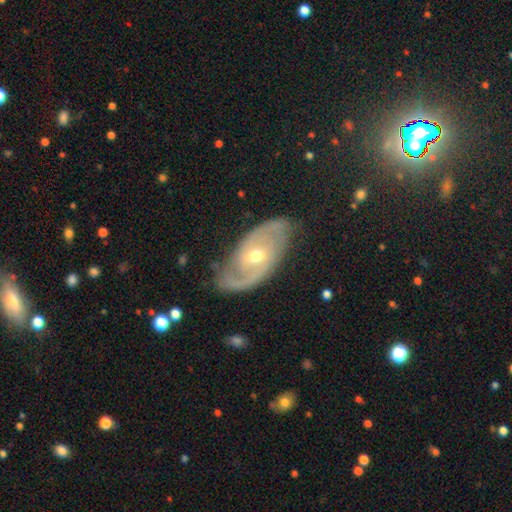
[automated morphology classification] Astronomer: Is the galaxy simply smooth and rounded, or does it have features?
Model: featured or disk — 86%.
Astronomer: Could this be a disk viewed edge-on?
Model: no — 95%.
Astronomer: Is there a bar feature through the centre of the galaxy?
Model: no — 50% (runner-up: weak, 39%).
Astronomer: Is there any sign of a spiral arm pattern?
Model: yes — 94%.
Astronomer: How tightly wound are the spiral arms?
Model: tight — 43% (runner-up: medium, 42%).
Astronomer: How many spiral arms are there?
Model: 2 — 78%.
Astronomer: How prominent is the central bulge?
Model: moderate — 63%.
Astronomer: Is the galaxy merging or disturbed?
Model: none — 74%.